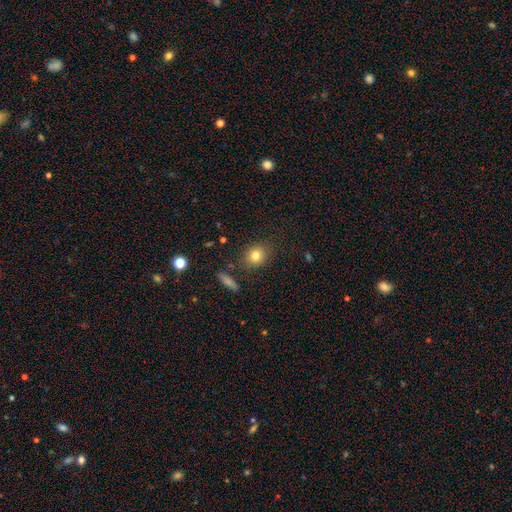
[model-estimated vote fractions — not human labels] Morphology: type=smooth (80%); roundness=round (66%); merging=none (84%).